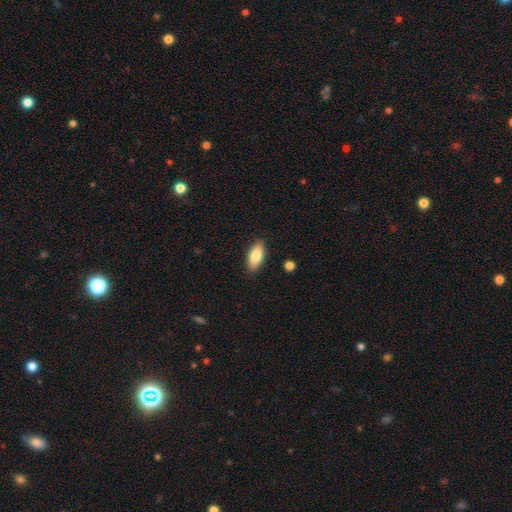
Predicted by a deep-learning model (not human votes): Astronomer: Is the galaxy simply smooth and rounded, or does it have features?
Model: smooth — 83%.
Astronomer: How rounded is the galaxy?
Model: in between — 87%.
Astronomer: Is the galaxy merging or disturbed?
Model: none — 88%.